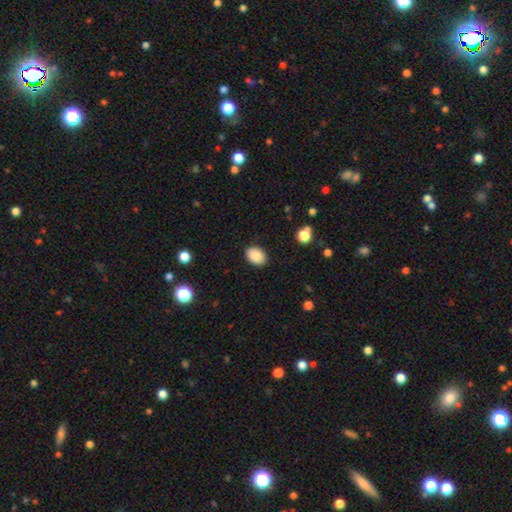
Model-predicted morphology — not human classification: Smooth or featured: smooth — 88% (star or artifact — 8%)
How rounded: in between — 72% (round — 27%)
Merging: none — 89% (minor disturbance — 8%)